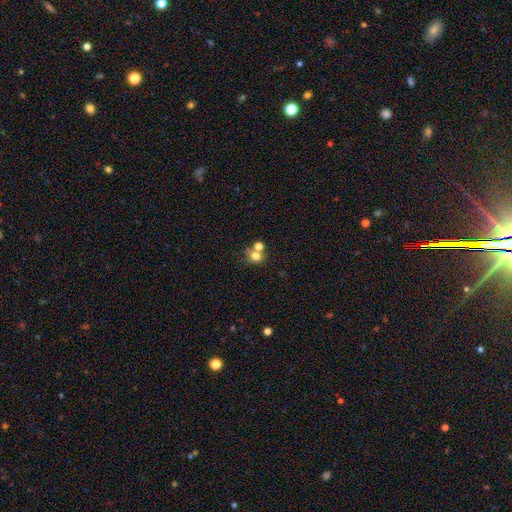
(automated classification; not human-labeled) smooth_or_featured: smooth (p=0.73) [alt: star or artifact p=0.15]
how_rounded: round (p=0.72) [alt: in between p=0.27]
merging: none (p=0.47) [alt: merger p=0.39]